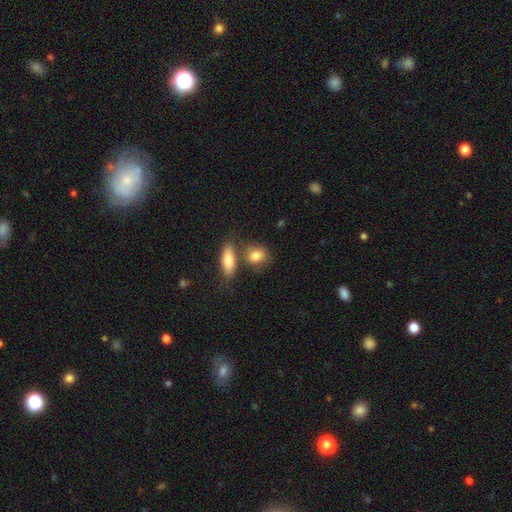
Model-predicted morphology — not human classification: Overall: smooth (83%). How rounded: in between (57%; round 38%). Merging: none (55%; merger 28%).